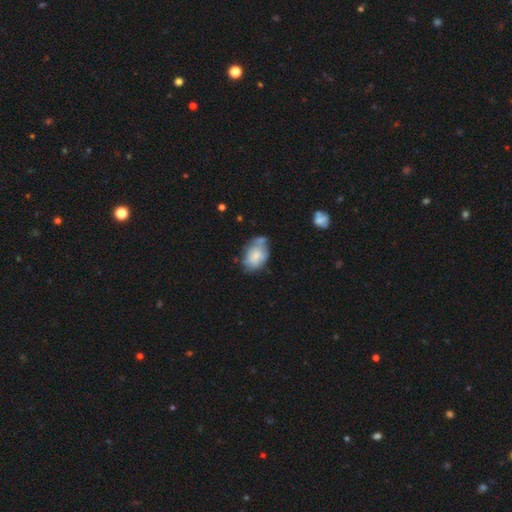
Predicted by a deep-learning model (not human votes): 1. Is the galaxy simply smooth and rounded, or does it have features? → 60% smooth, 33% featured or disk, 8% star or artifact.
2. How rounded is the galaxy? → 82% in between, 17% round, 1% cigar-shaped.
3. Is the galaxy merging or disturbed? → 41% none, 32% minor disturbance, 15% merger, 12% major disturbance.